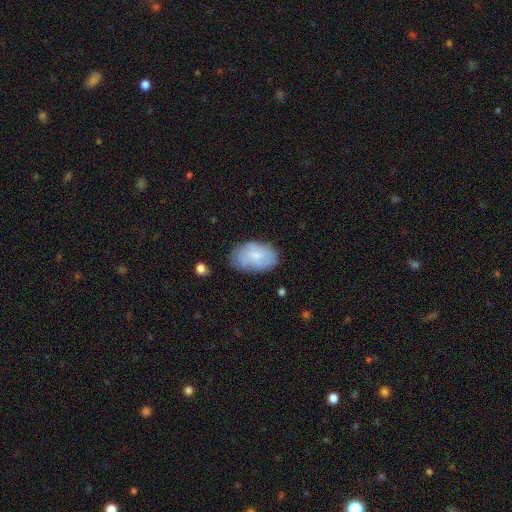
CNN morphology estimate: This is likely a smooth galaxy (64%). How rounded: clearly in between (90%). Merging: likely none (68%).